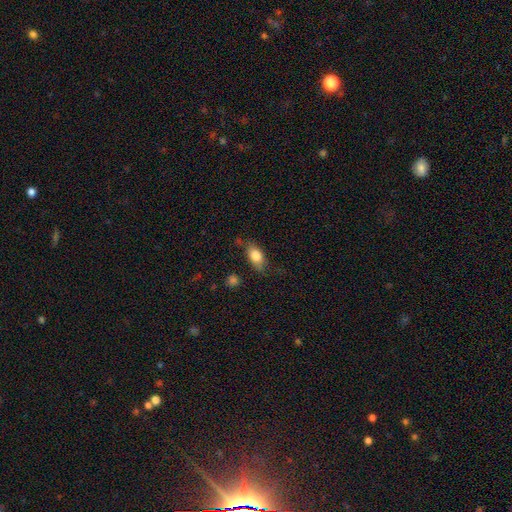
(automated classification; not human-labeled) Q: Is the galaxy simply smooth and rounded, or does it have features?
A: smooth — 79%.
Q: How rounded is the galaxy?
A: in between — 84%.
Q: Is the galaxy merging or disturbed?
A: none — 65%.